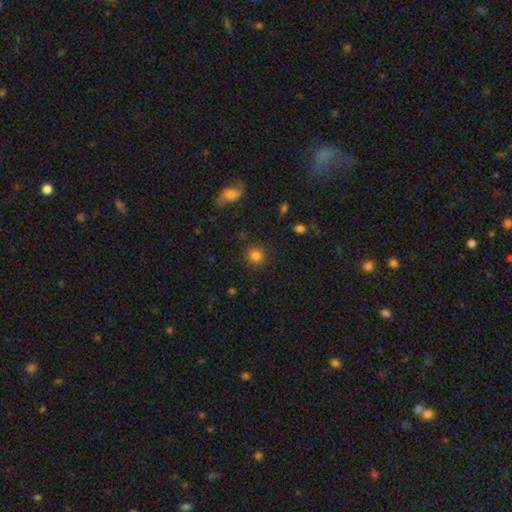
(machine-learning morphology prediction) The model was most divided on "smooth or featured": smooth: 83%, star or artifact: 11%, featured or disk: 6%. More confident: how rounded — round (92%); merging — none (89%).